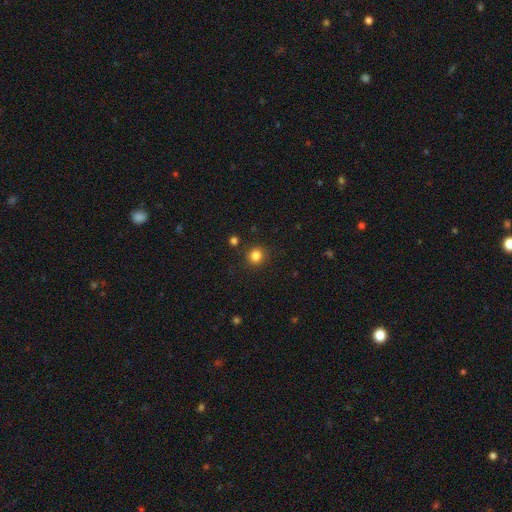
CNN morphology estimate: This is clearly a smooth galaxy (83%). How rounded: clearly round (91%). Merging: clearly none (89%).